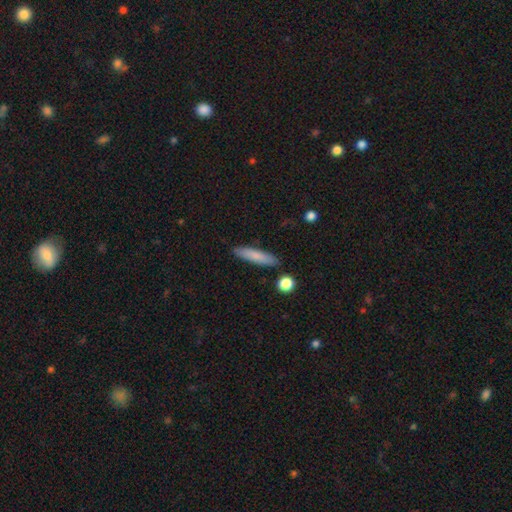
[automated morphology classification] smooth_or_featured: smooth (p=0.78) [alt: featured or disk p=0.16]
how_rounded: cigar-shaped (p=0.84) [alt: in between p=0.14]
merging: none (p=0.87) [alt: minor disturbance p=0.08]